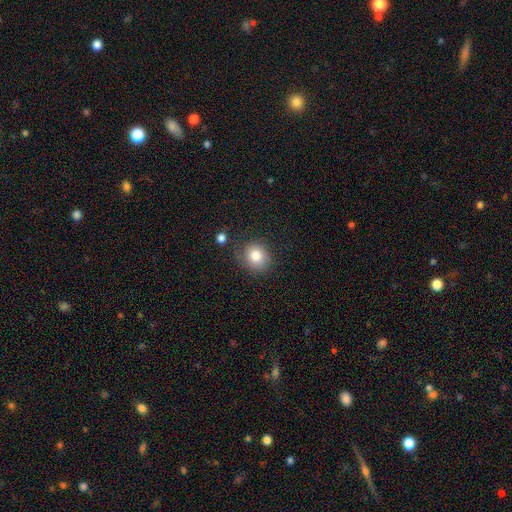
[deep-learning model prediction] Overall: smooth (81%). How rounded: round (74%). Merging: none (74%).